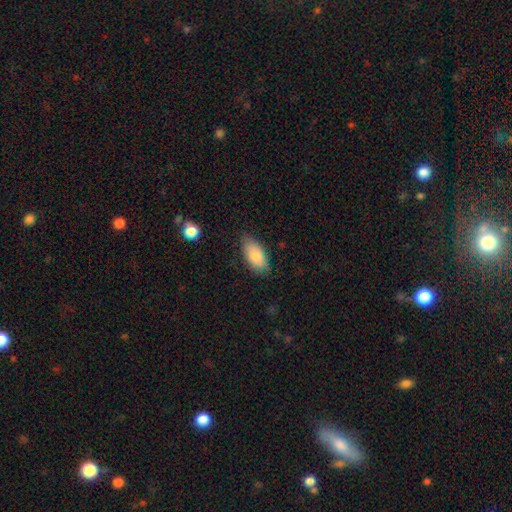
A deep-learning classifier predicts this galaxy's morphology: smooth_or_featured: smooth (p=0.83) [alt: featured or disk p=0.10]
how_rounded: in between (p=0.92) [alt: cigar-shaped p=0.05]
merging: none (p=0.76) [alt: minor disturbance p=0.19]